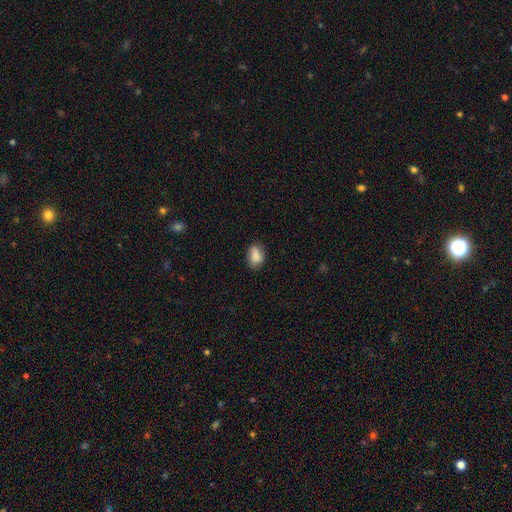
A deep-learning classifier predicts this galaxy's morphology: type=smooth (83%); roundness=in between (79%); merging=none (75%).